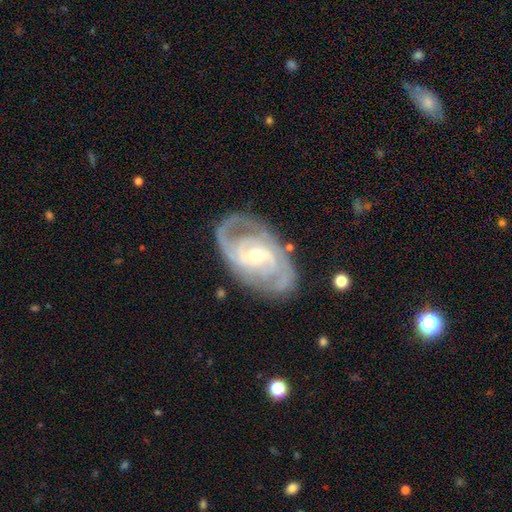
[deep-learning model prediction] Q: Smooth or featured?
A: featured or disk (89%); runner-up: smooth (6%)
Q: Edge-on disk?
A: no (96%); runner-up: yes (4%)
Q: Bar?
A: weak (42%); runner-up: no (41%)
Q: Spiral arms?
A: yes (97%); runner-up: no (3%)
Q: Spiral winding?
A: tight (55%); runner-up: medium (38%)
Q: Spiral arm count?
A: 2 (54%); runner-up: 3 (18%)
Q: Bulge size?
A: small (59%); runner-up: moderate (38%)
Q: Merging?
A: none (77%); runner-up: minor disturbance (15%)